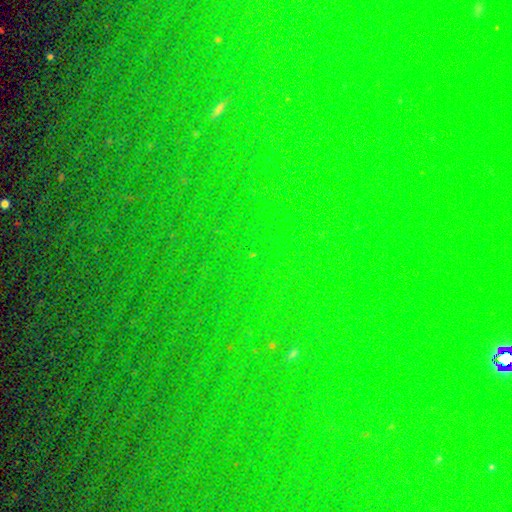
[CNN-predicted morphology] A star or artifact, not a galaxy (80%).

Vote fractions:
- Smooth or featured? star or artifact: 80% / smooth: 12% / featured or disk: 7%